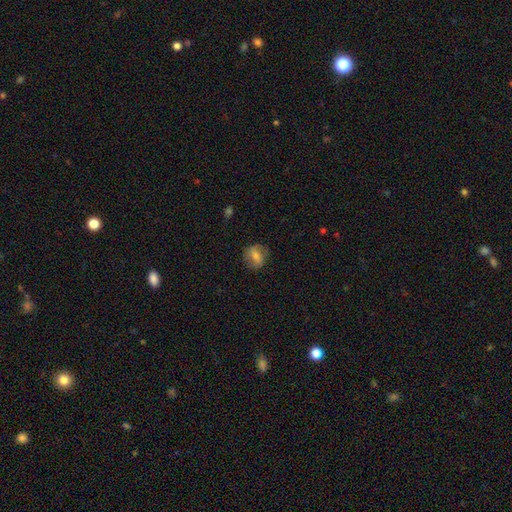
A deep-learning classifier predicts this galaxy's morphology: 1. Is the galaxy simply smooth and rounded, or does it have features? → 63% smooth, 27% featured or disk, 10% star or artifact.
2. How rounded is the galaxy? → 60% round, 38% in between, 2% cigar-shaped.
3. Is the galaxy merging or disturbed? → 76% none, 16% minor disturbance, 6% major disturbance, 1% merger.